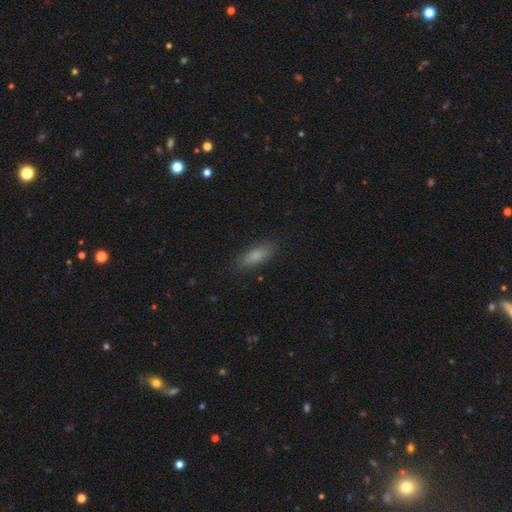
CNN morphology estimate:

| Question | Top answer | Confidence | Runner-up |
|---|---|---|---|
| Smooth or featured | smooth | 83% | featured or disk (9%) |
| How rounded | in between | 70% | cigar-shaped (28%) |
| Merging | none | 86% | minor disturbance (10%) |